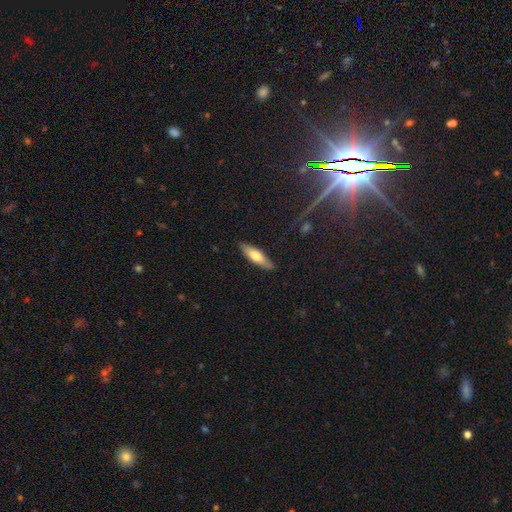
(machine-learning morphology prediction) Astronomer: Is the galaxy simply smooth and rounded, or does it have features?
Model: smooth — 64%.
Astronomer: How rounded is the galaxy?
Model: cigar-shaped — 61% (runner-up: in between, 37%).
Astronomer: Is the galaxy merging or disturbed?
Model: none — 87%.